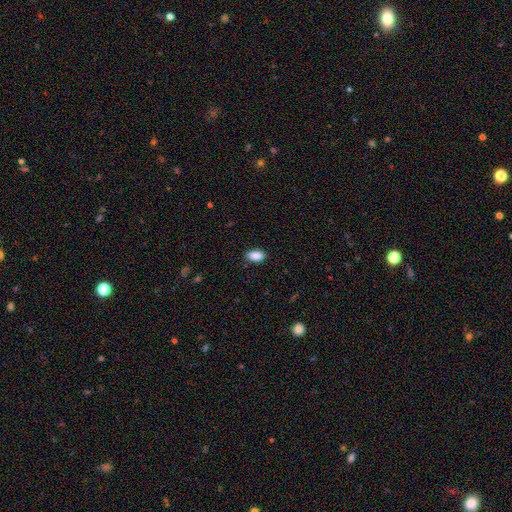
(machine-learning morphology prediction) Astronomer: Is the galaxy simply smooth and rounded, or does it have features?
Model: smooth — 89%.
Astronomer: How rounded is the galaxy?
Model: in between — 92%.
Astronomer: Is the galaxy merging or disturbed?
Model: none — 87%.